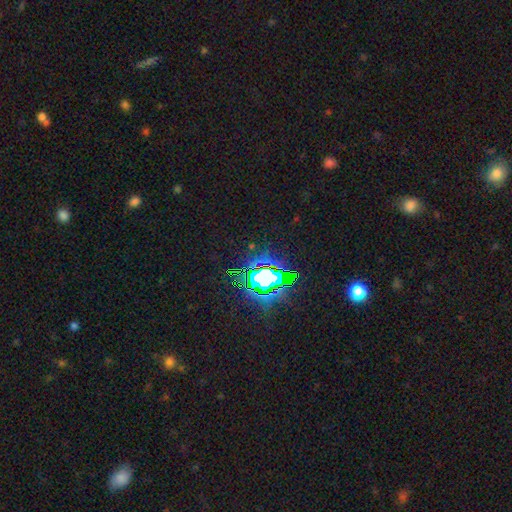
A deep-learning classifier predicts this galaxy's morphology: type=star or artifact (81%).